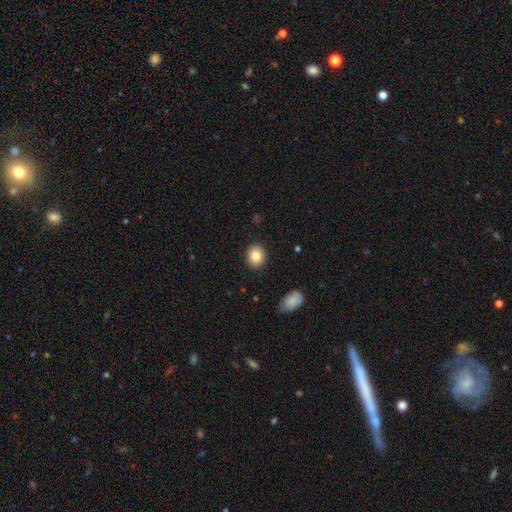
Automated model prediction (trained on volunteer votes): smooth_or_featured: smooth (p=0.86) [alt: star or artifact p=0.08]
how_rounded: round (p=0.60) [alt: in between p=0.39]
merging: none (p=0.89) [alt: minor disturbance p=0.07]